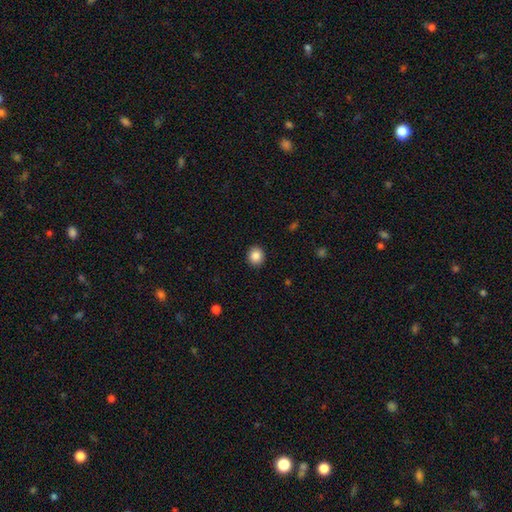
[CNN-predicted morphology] This appears to be a smooth galaxy with no disk features (86%) that is round (85%). Merging: none (92%).